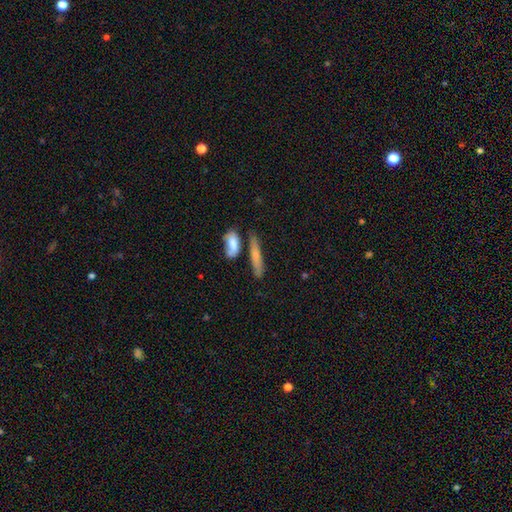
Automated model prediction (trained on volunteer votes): This appears to be a smooth galaxy with no disk features (67%) that is cigar-shaped (82%). Merging: none (62%).